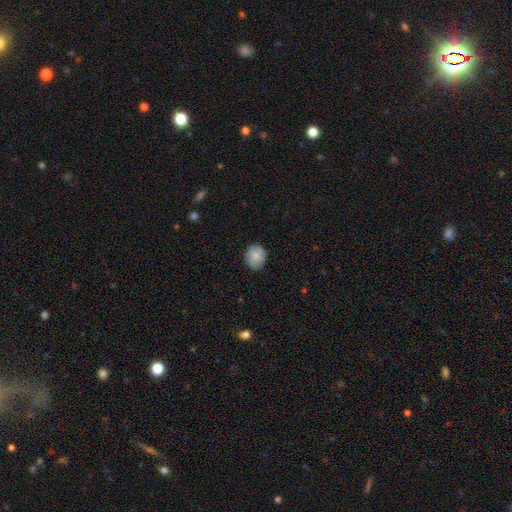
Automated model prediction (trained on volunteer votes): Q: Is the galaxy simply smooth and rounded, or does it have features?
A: smooth — 84%.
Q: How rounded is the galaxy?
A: round — 67%.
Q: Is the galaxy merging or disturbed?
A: none — 82%.